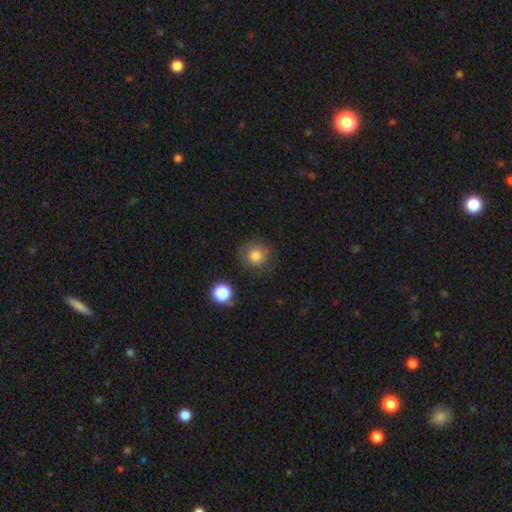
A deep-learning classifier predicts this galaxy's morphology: Smooth or featured? Predicted: smooth (p=0.83). How rounded? Predicted: round (p=0.90). Merging? Predicted: none (p=0.81).